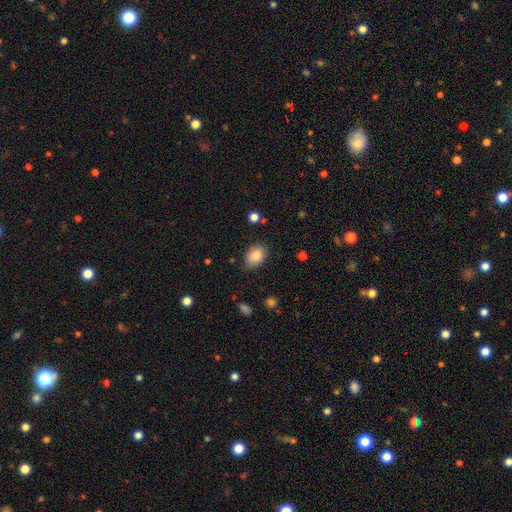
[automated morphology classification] The model was most divided on "how rounded": in between: 80%, round: 19%, cigar-shaped: 1%. More confident: smooth or featured — smooth (86%); merging — none (81%).